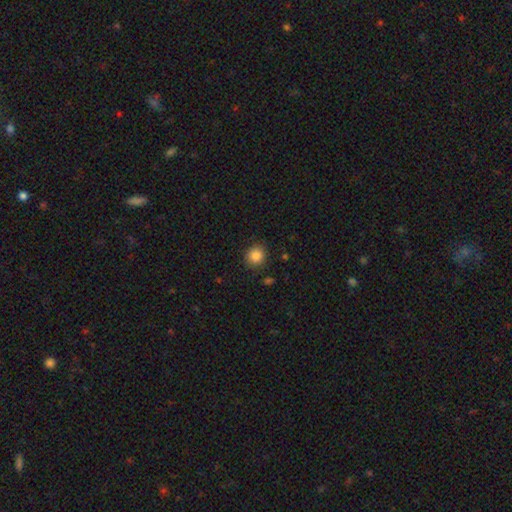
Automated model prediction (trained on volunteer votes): Smooth or featured: smooth — 86% (star or artifact — 10%)
How rounded: round — 88% (in between — 11%)
Merging: none — 88% (minor disturbance — 8%)